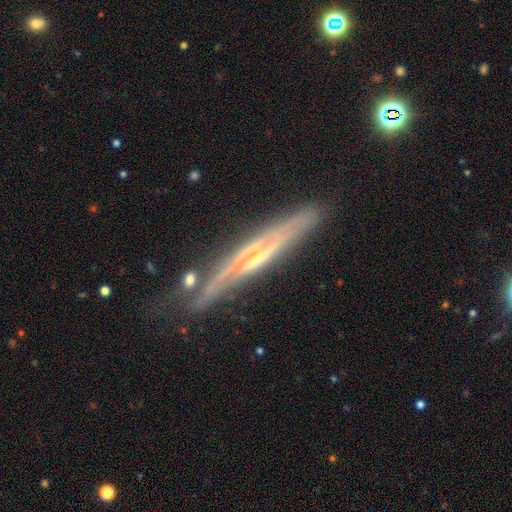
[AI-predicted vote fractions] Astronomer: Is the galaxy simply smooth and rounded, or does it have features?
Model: featured or disk — 79%.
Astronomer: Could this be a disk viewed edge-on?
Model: yes — 83%.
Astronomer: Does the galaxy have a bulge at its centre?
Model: rounded — 47% (runner-up: none, 43%).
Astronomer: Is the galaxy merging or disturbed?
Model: none — 68%.